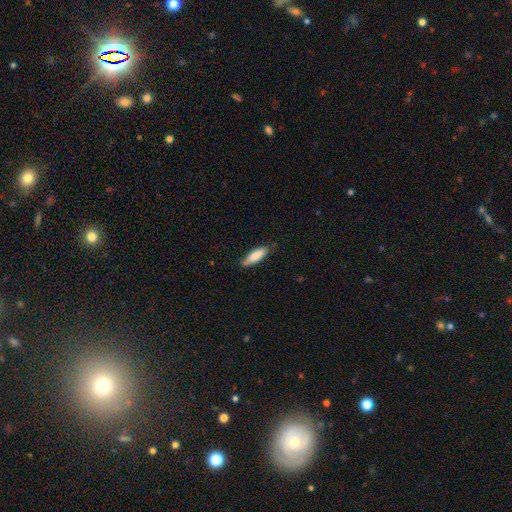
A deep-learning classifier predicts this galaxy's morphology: Smooth or featured? Predicted: smooth (p=0.84). How rounded? Predicted: in between (p=0.50). Merging? Predicted: none (p=0.73).